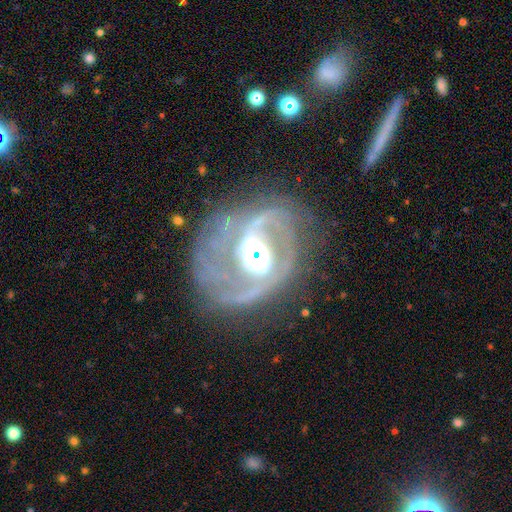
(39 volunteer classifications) This appears to be a featured or disk galaxy (79%) with a strong bar (45%), 1 (55%) tight (48%) spiral arms (100%) and a moderate central bulge (58%). Merging: none (63%).